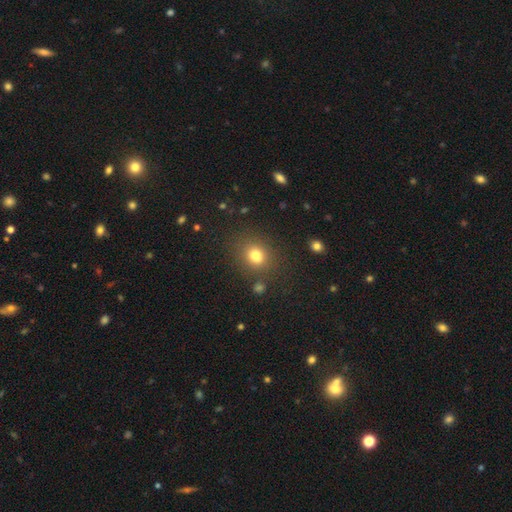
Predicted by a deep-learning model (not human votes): Overall: smooth (78%). How rounded: round (66%; in between 33%). Merging: none (80%).